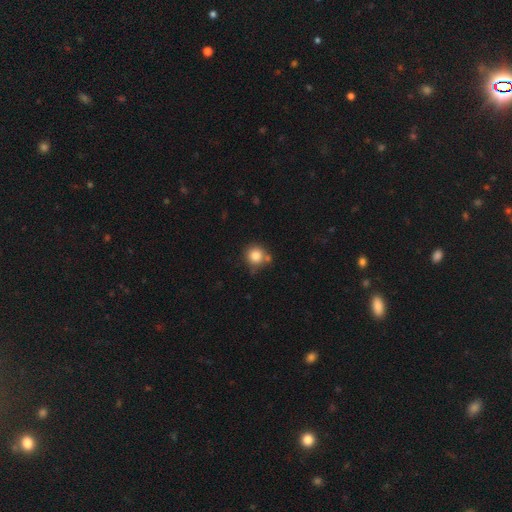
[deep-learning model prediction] smooth-or-featured: smooth: 82% | star or artifact: 11% | featured or disk: 8%
  how-rounded: round: 92% | in between: 7% | cigar-shaped: 1%
  merging: none: 67% | minor disturbance: 16% | merger: 13% | major disturbance: 4%